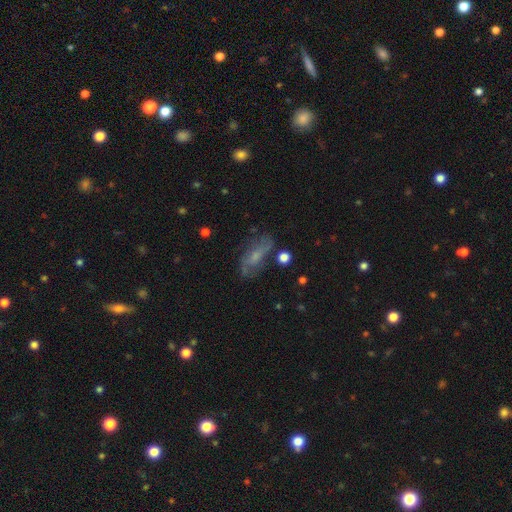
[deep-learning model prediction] The model was most divided on "smooth or featured": featured or disk: 50%, smooth: 39%, star or artifact: 11%. More confident: merging — none (57%).